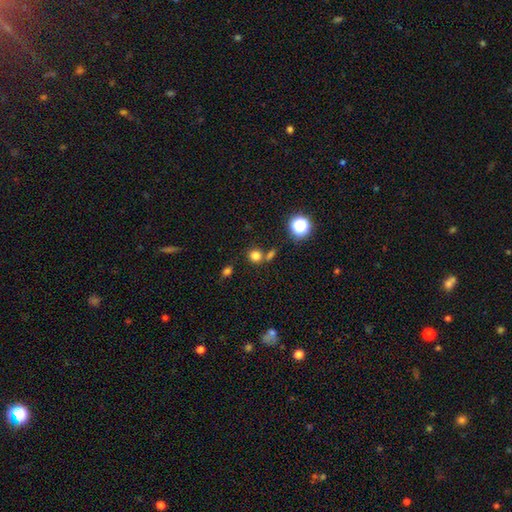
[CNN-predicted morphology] Smooth or featured? smooth (75%)
How rounded? round (83%)
Merging? none (66%)